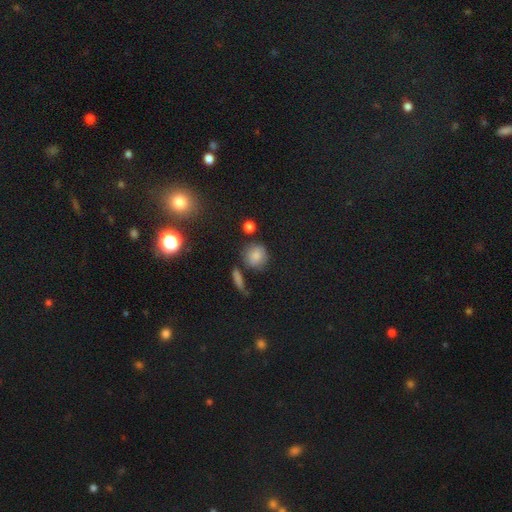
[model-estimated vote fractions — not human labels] Smooth or featured: smooth — 79% (star or artifact — 12%)
How rounded: round — 84% (in between — 14%)
Merging: none — 71% (minor disturbance — 16%)